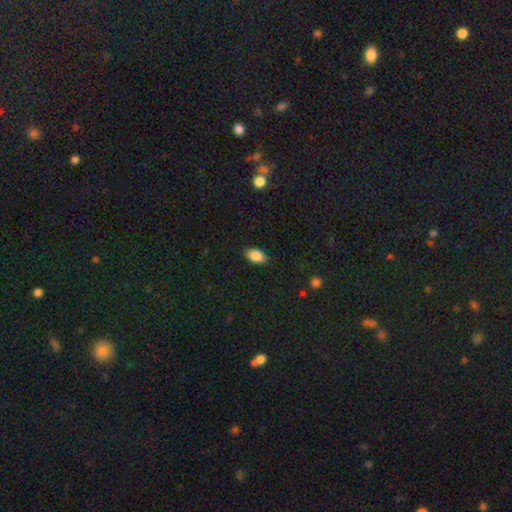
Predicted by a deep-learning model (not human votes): Morphology: type=smooth (86%); roundness=in between (90%); merging=none (86%).